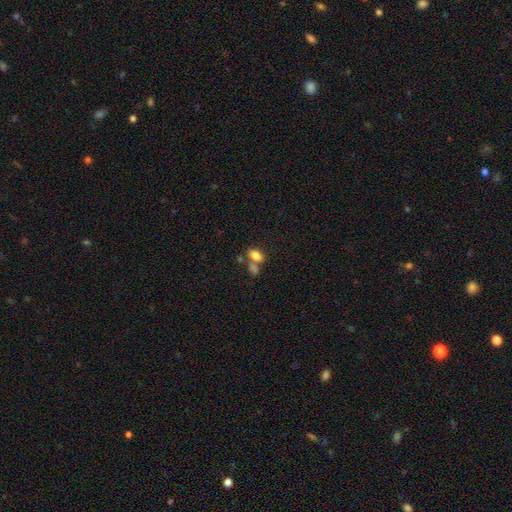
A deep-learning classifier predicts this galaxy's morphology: Q: Smooth or featured?
A: smooth (80%); runner-up: featured or disk (10%)
Q: How rounded?
A: in between (88%); runner-up: round (8%)
Q: Merging?
A: none (46%); runner-up: merger (37%)